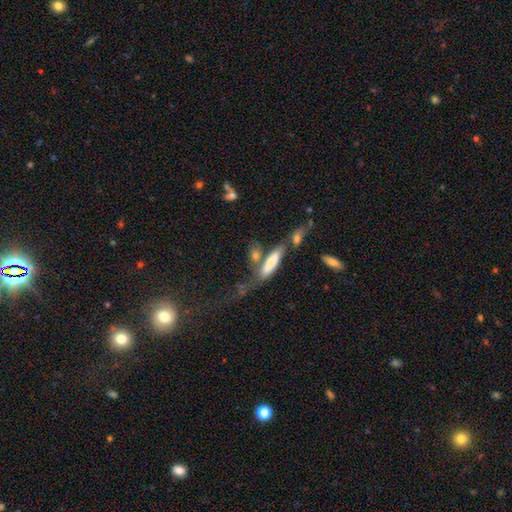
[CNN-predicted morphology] This appears to be a smooth galaxy with no disk features (70%) that is cigar-shaped (50%). Merging: none (38%).